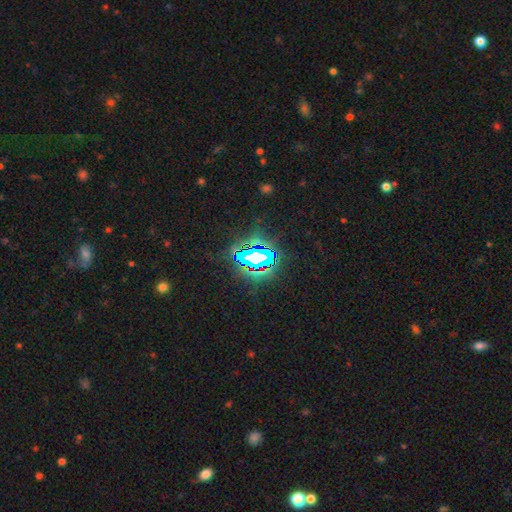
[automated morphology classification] smooth_or_featured: star or artifact (p=0.76) [alt: smooth p=0.12]